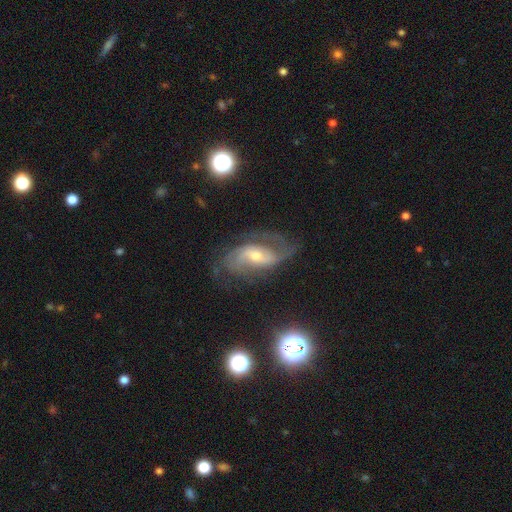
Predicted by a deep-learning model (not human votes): Overall: featured or disk (81%). Edge-on disk: no (95%). Bar: weak (46%; no 34%). Spiral arms: yes (93%). Spiral arm count: 2 (70%). Spiral winding: medium (46%; loose 35%). Bulge size: moderate (47%; small 46%). Merging: none (60%).